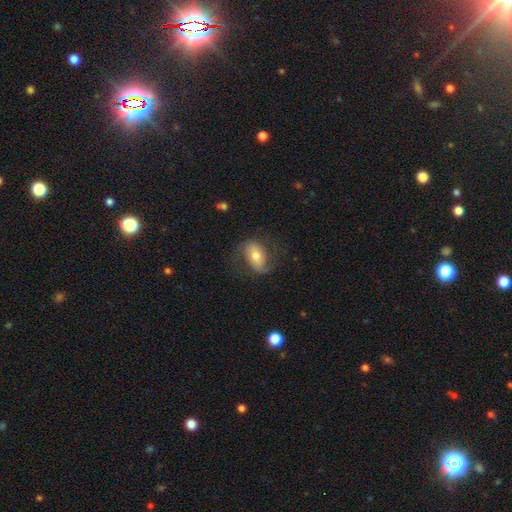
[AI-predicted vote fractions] Smooth or featured? Predicted: featured or disk (p=0.57). Edge-on disk? Predicted: no (p=0.94). Bar? Predicted: no (p=0.38). Spiral arms? Predicted: yes (p=0.82). Bulge size? Predicted: moderate (p=0.61). Merging? Predicted: none (p=0.65).